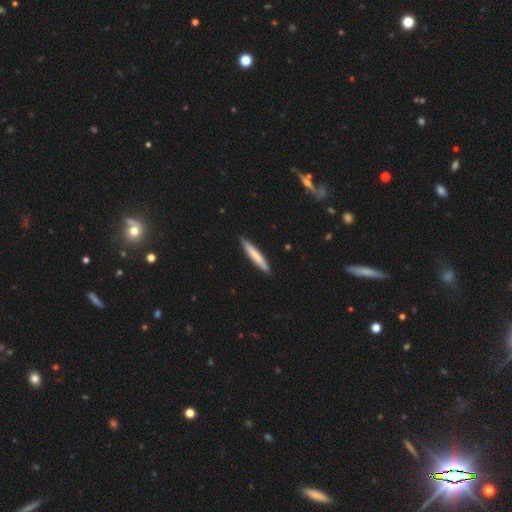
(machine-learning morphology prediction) A smooth galaxy with no disk features (74%) that is cigar-shaped (94%).

Vote fractions:
- Smooth or featured? smooth: 74% / featured or disk: 22% / star or artifact: 5%
- How rounded? cigar-shaped: 94% / in between: 5% / round: 1%
- Merging? none: 89% / minor disturbance: 8% / major disturbance: 1% / merger: 1%